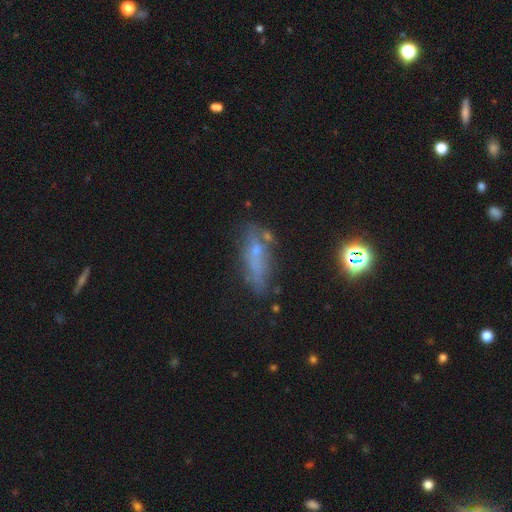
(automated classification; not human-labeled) Smooth or featured? Predicted: smooth (p=0.44). Merging? Predicted: none (p=0.56).